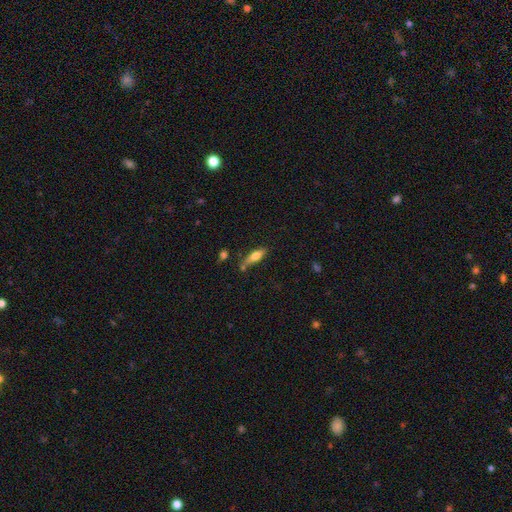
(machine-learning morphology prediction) This appears to be a smooth galaxy with no disk features (66%) that is cigar-shaped (49%, tied with in between). Merging: none (65%).